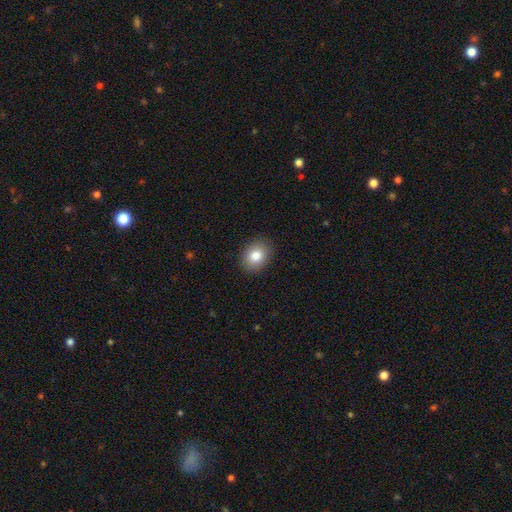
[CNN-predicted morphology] Smooth or featured: smooth — 83% (star or artifact — 9%)
How rounded: in between — 60% (round — 39%)
Merging: none — 89% (minor disturbance — 8%)